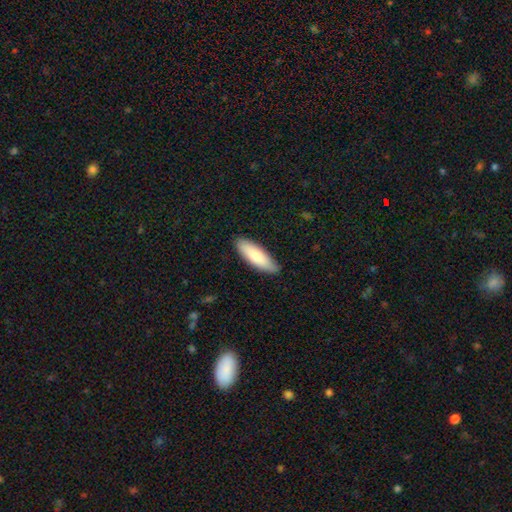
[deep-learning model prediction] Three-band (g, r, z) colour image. It shows a smooth galaxy with no disk features (81%) that is in between round and cigar-shaped (52%). Merging: none (87%).